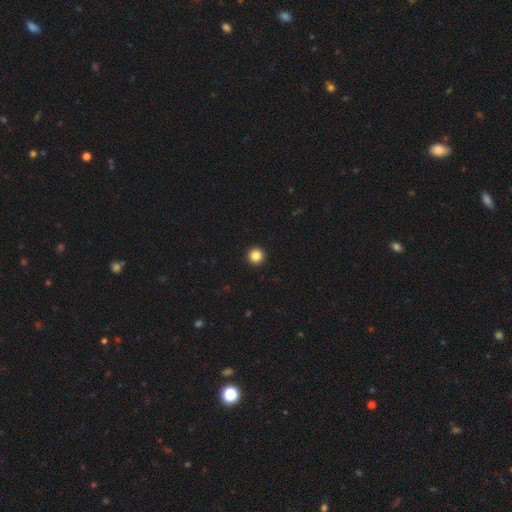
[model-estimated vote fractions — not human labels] smooth 86%, star or artifact 10%, featured or disk 4%. Down the decision tree: how rounded — round (97%); merging — none (95%).